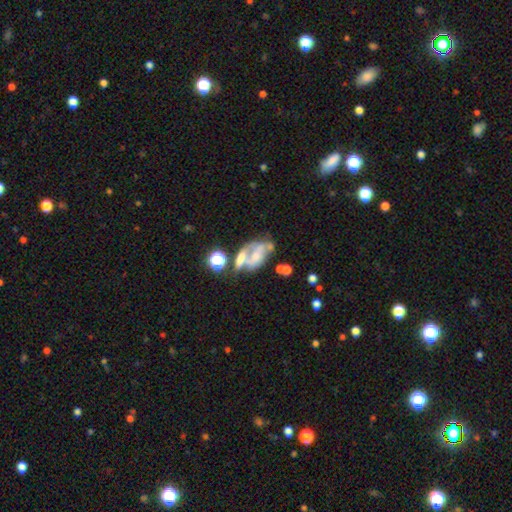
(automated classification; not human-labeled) This appears to be a featured or disk galaxy (52%). Merging: merger (42%).